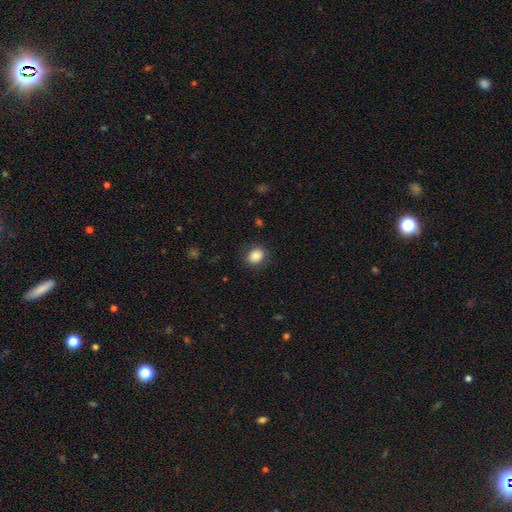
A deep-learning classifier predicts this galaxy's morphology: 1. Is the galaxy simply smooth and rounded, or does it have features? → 86% smooth, 9% star or artifact, 5% featured or disk.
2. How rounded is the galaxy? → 58% round, 42% in between, 1% cigar-shaped.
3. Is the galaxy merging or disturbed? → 85% none, 11% minor disturbance, 3% major disturbance, 1% merger.